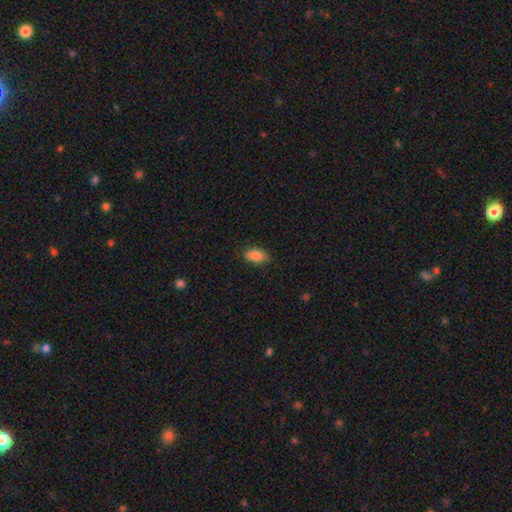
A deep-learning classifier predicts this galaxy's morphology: smooth 86%, star or artifact 8%, featured or disk 6%. Down the decision tree: how rounded — in between (91%); merging — none (85%).